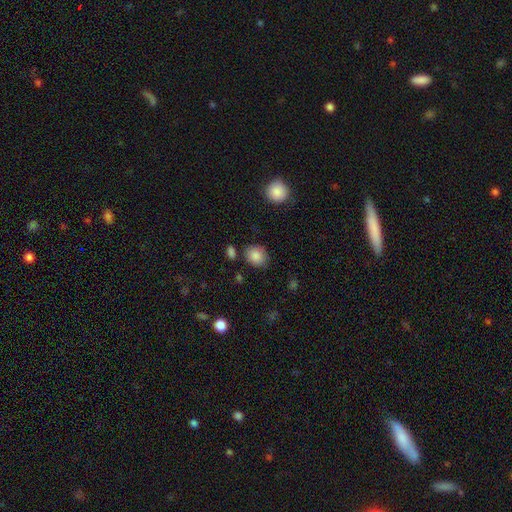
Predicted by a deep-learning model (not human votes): Smooth or featured: smooth — 86% (star or artifact — 9%)
How rounded: round — 65% (in between — 34%)
Merging: none — 79% (minor disturbance — 13%)